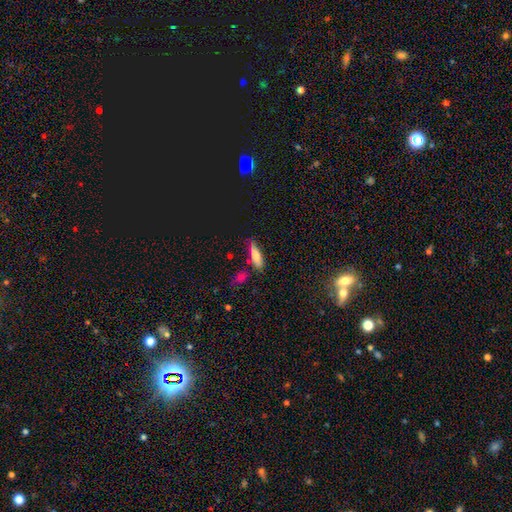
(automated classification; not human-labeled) smooth 74%, featured or disk 16%, star or artifact 10%. Down the decision tree: how rounded — cigar-shaped (54%); merging — none (69%).